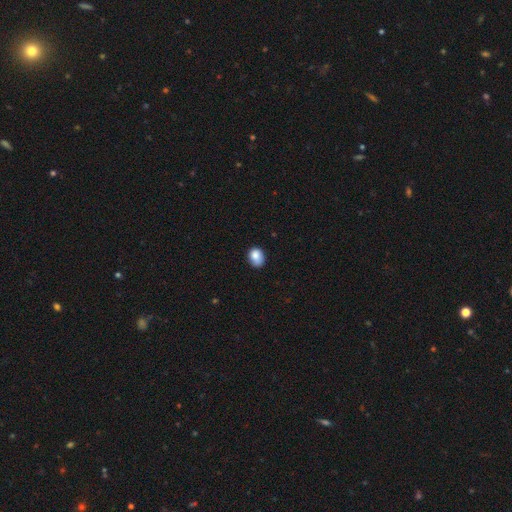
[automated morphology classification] type=smooth (84%); roundness=in between (58%); merging=none (65%).